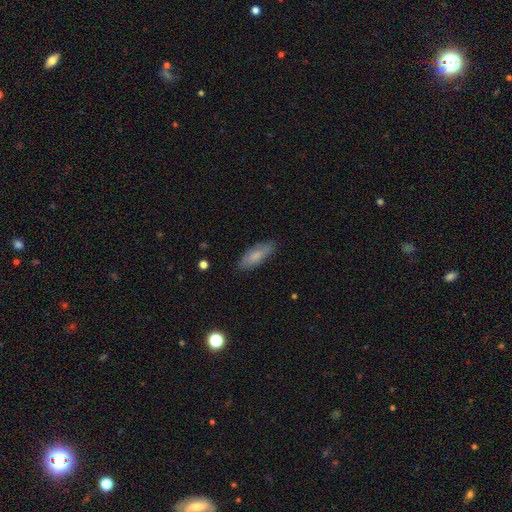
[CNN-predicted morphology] Smooth or featured? Predicted: smooth (p=0.80). How rounded? Predicted: in between (p=0.65). Merging? Predicted: none (p=0.84).